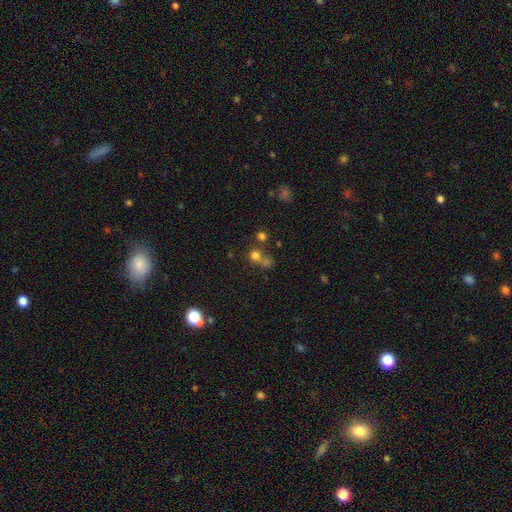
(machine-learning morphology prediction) type=smooth (68%); roundness=round (83%); merging=merger (44%).